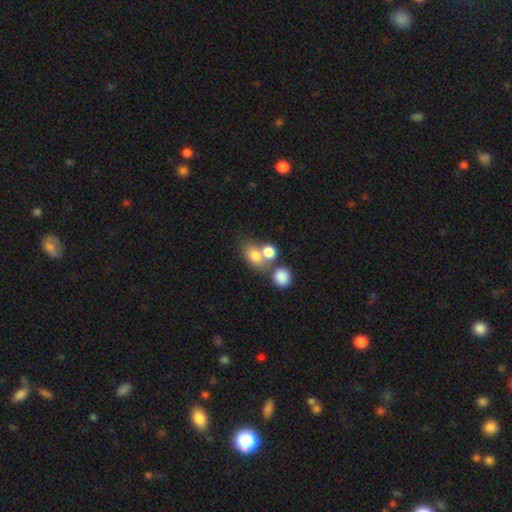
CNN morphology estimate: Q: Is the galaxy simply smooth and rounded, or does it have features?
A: smooth — 75%.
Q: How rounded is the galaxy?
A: in between — 64%.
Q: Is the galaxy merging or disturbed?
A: merger — 45%.